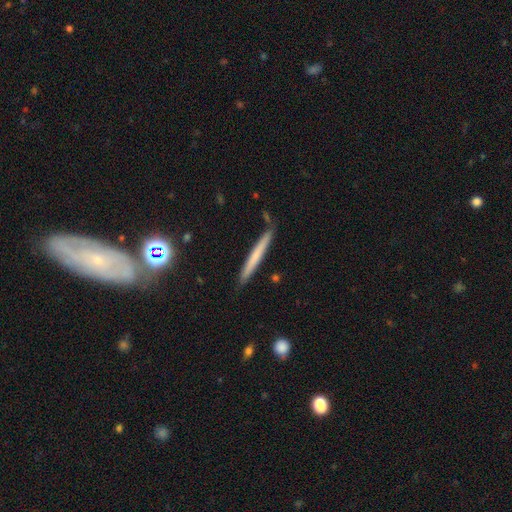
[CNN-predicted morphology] Smooth or featured: smooth — 59% (featured or disk — 33%)
How rounded: cigar-shaped — 97% (in between — 2%)
Merging: none — 87% (minor disturbance — 9%)